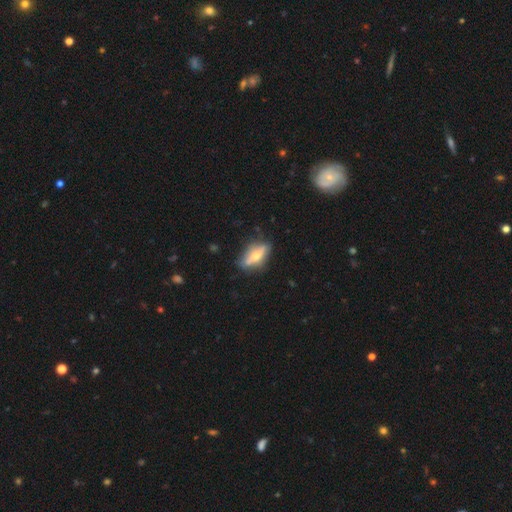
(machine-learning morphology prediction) Smooth or featured? featured or disk (54%)
Edge-on disk? yes (75%)
Merging? none (76%)